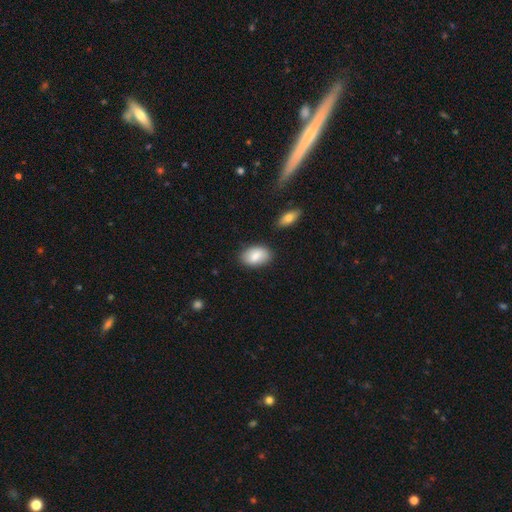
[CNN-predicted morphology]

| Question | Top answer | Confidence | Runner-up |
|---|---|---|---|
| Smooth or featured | smooth | 85% | featured or disk (9%) |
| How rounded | in between | 92% | round (7%) |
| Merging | none | 81% | minor disturbance (13%) |